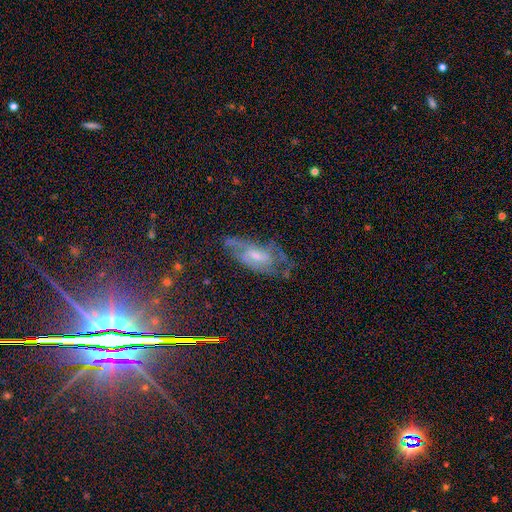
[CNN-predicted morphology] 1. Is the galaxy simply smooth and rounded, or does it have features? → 65% featured or disk, 18% smooth, 17% star or artifact.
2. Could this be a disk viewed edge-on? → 89% no, 11% yes.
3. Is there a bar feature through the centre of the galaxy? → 48% no, 41% weak, 11% strong.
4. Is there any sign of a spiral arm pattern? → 81% yes, 19% no.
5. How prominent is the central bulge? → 56% small, 35% moderate, 6% none, 3% large, 1% dominant.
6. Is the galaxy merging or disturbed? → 55% none, 25% minor disturbance, 17% major disturbance, 3% merger.